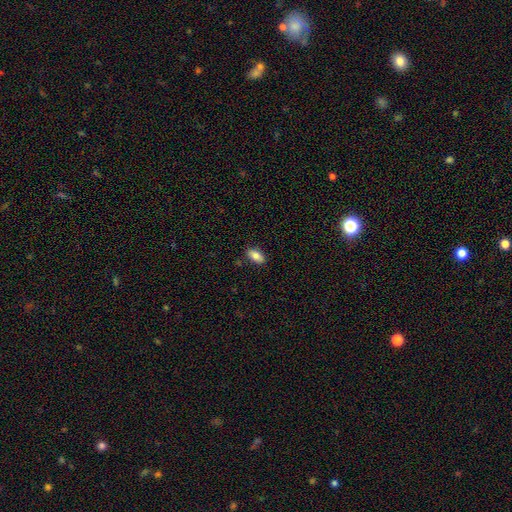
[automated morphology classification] A smooth galaxy with no disk features (82%) that is in between round and cigar-shaped (89%). Merging: none (86%).